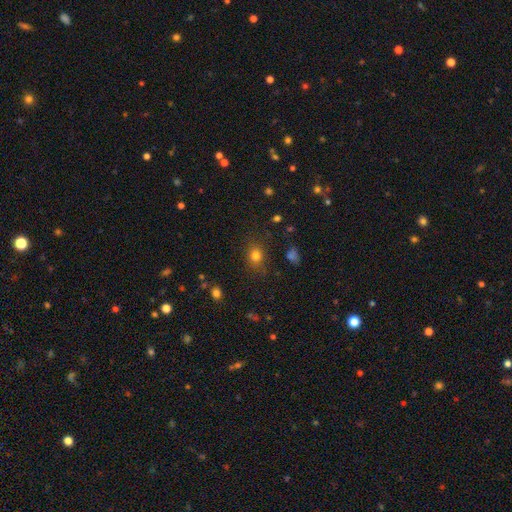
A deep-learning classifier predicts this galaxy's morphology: Smooth or featured? Predicted: smooth (p=0.79). How rounded? Predicted: round (p=0.55). Merging? Predicted: none (p=0.81).